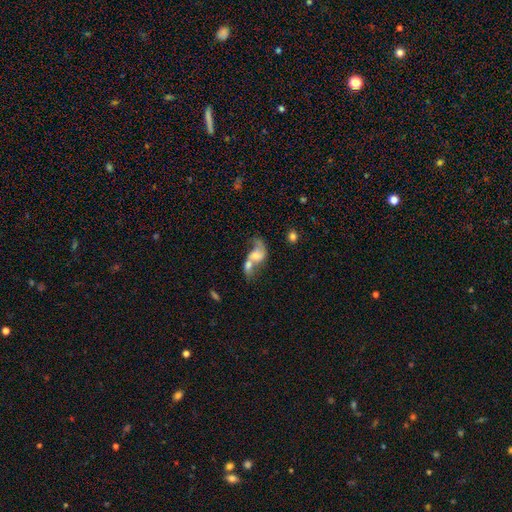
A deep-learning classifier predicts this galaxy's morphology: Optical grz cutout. It shows a featured or disk galaxy (56%) with no bar (64%), spiral arms (72%) and a moderate central bulge (40%). Merging: merger (67%).